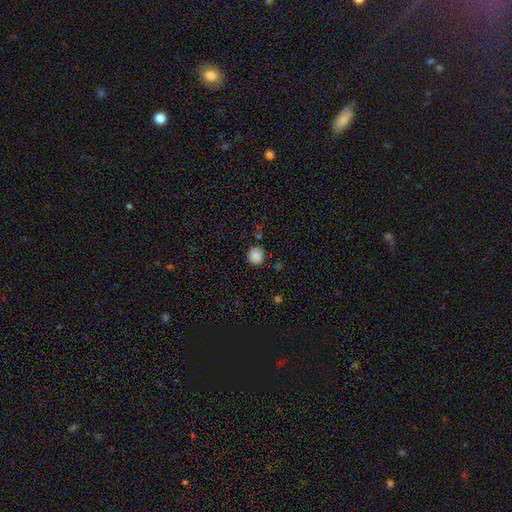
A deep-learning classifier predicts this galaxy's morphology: The model was most divided on "merging": none: 84%, minor disturbance: 11%, merger: 3%, major disturbance: 3%. More confident: how rounded — round (90%); smooth or featured — smooth (86%).